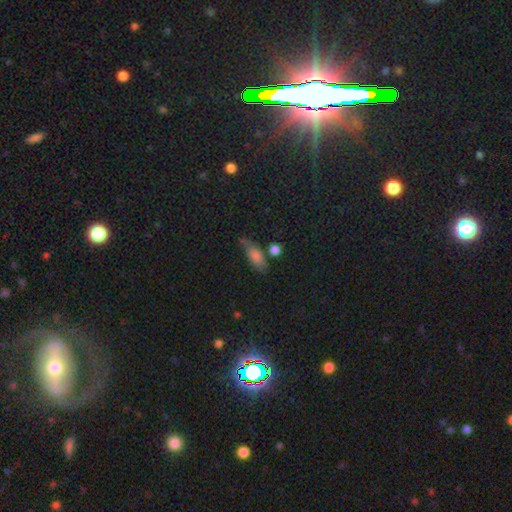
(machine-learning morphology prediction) smooth 74%, featured or disk 14%, star or artifact 12%. Down the decision tree: how rounded — in between (71%); merging — none (58%).